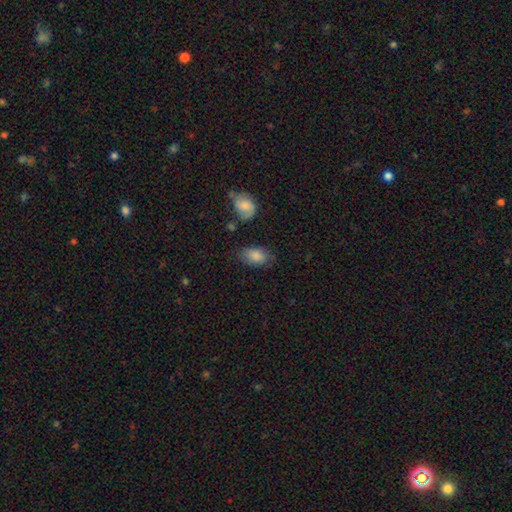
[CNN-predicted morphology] smooth 85%, featured or disk 8%, star or artifact 7%. Down the decision tree: how rounded — in between (91%); merging — none (71%).